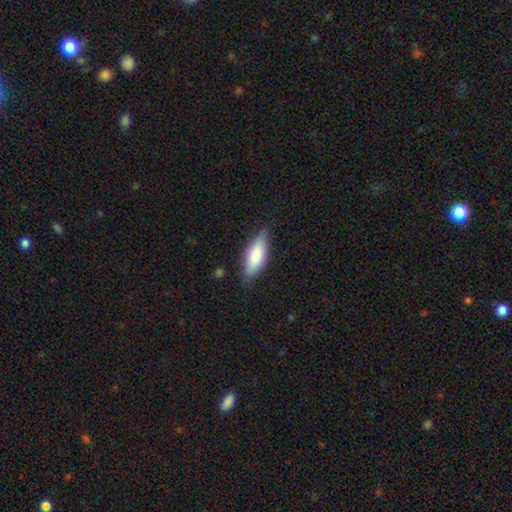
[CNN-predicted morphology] The model was most divided on "how rounded": in between: 68%, cigar-shaped: 30%, round: 2%. More confident: smooth or featured — smooth (79%); merging — none (77%).